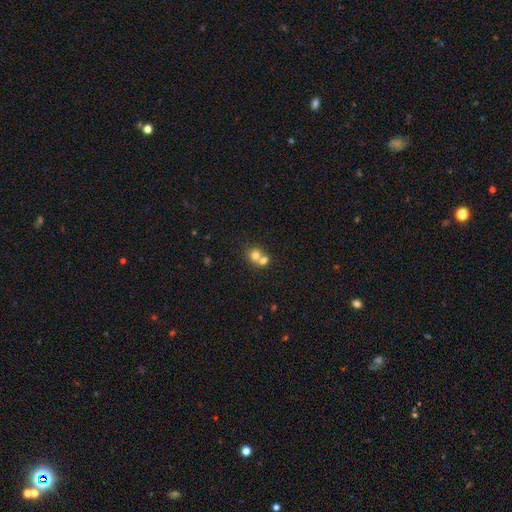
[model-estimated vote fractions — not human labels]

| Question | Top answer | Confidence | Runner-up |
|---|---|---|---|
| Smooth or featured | smooth | 73% | featured or disk (15%) |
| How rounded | round | 79% | in between (20%) |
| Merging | merger | 58% | none (34%) |